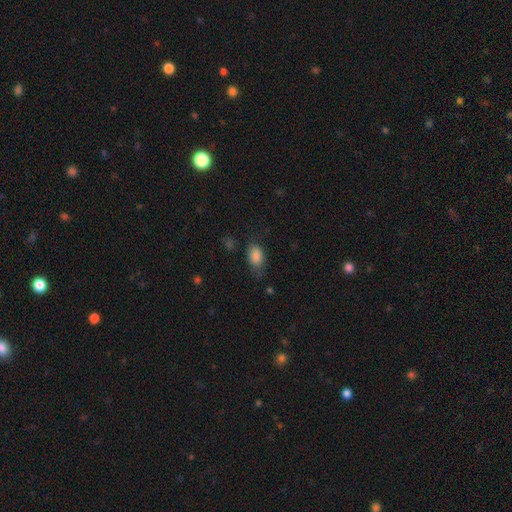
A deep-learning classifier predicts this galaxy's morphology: The model was most divided on "merging": none: 64%, minor disturbance: 25%, major disturbance: 9%, merger: 2%. More confident: how rounded — in between (89%); smooth or featured — smooth (85%).